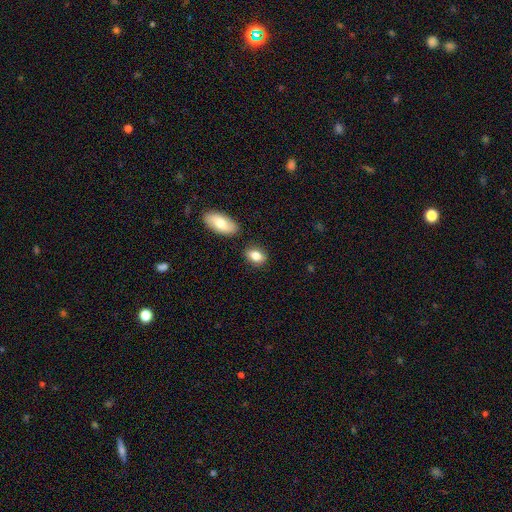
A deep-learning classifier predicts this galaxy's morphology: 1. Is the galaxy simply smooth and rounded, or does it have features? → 82% smooth, 11% featured or disk, 8% star or artifact.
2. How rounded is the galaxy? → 83% in between, 14% round, 3% cigar-shaped.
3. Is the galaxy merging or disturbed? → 81% none, 11% minor disturbance, 6% merger, 3% major disturbance.